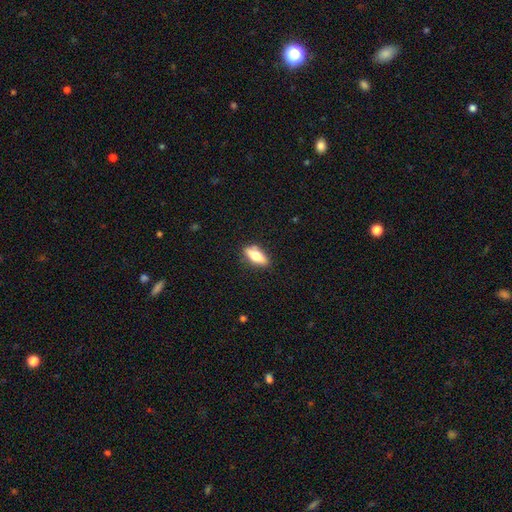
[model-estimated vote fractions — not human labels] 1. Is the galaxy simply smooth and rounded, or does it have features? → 61% smooth, 32% featured or disk, 7% star or artifact.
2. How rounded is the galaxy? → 69% in between, 27% cigar-shaped, 4% round.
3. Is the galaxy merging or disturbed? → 85% none, 11% minor disturbance, 3% major disturbance, 2% merger.